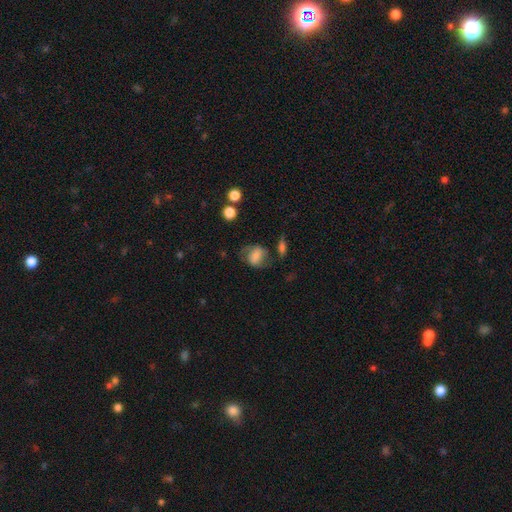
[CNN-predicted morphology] This appears to be a smooth galaxy with no disk features (61%) that is in between round and cigar-shaped (59%). Merging: none (48%).